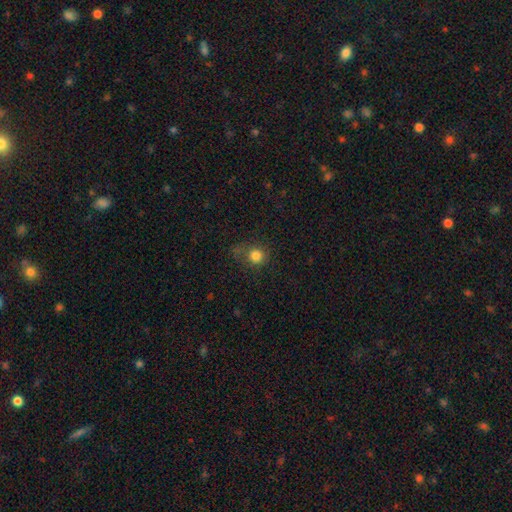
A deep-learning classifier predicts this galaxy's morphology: Smooth or featured: smooth — 80% (star or artifact — 13%)
How rounded: round — 85% (in between — 13%)
Merging: none — 59% (minor disturbance — 22%)